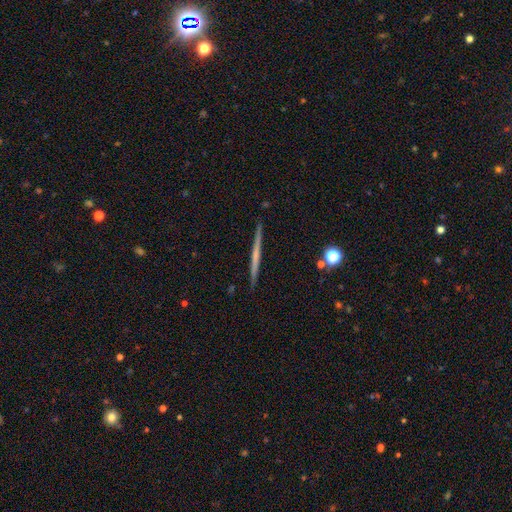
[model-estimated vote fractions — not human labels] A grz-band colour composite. It shows a featured or disk galaxy (60%) viewed edge-on (98%) with no central bulge (80%). Merging: none (92%).